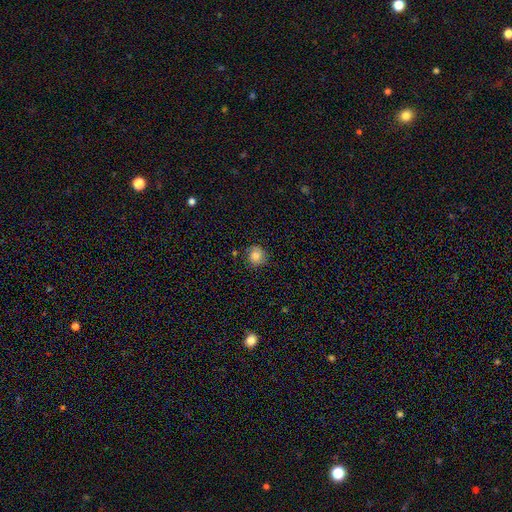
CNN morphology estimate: The model was most divided on "merging": none: 78%, minor disturbance: 16%, major disturbance: 4%, merger: 3%. More confident: how rounded — round (90%); smooth or featured — smooth (79%).